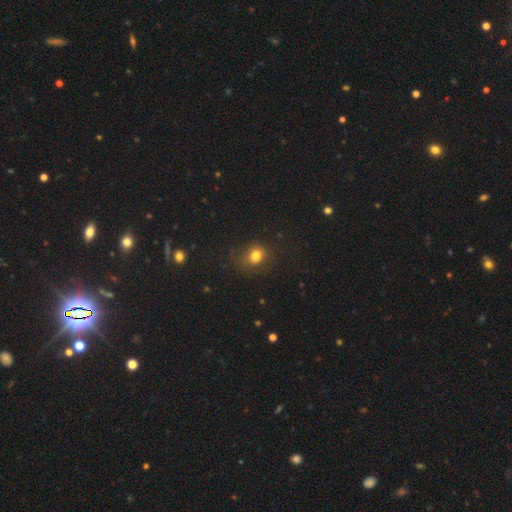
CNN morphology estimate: Smooth or featured?
  - smooth: 78% *
  - star or artifact: 14%
  - featured or disk: 8%
How rounded?
  - round: 61% *
  - in between: 38%
  - cigar-shaped: 1%
Merging?
  - none: 70% *
  - minor disturbance: 18%
  - major disturbance: 10%
  - merger: 2%